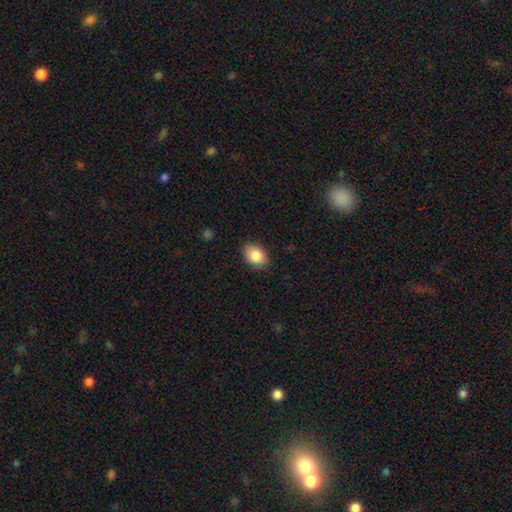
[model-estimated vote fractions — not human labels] A smooth galaxy with no disk features (86%) that is in between round and cigar-shaped (82%).

Vote fractions:
- Smooth or featured? smooth: 86% / featured or disk: 7% / star or artifact: 7%
- How rounded? in between: 82% / round: 17% / cigar-shaped: 1%
- Merging? none: 83% / minor disturbance: 13% / major disturbance: 3% / merger: 1%